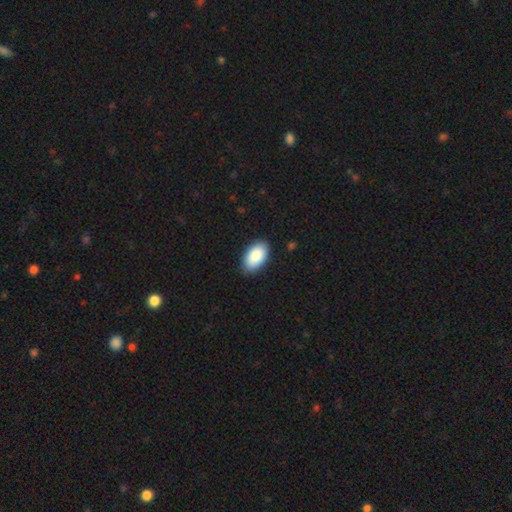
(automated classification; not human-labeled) This appears to be a smooth galaxy with no disk features (89%) that is in between round and cigar-shaped (95%). Merging: none (87%).